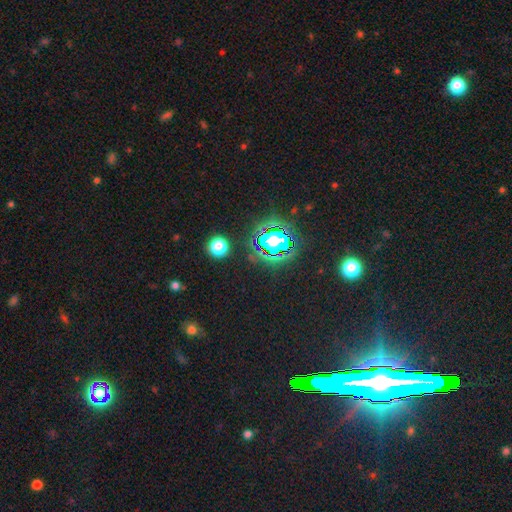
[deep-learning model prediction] Smooth or featured?
  - star or artifact: 81% *
  - featured or disk: 10%
  - smooth: 9%